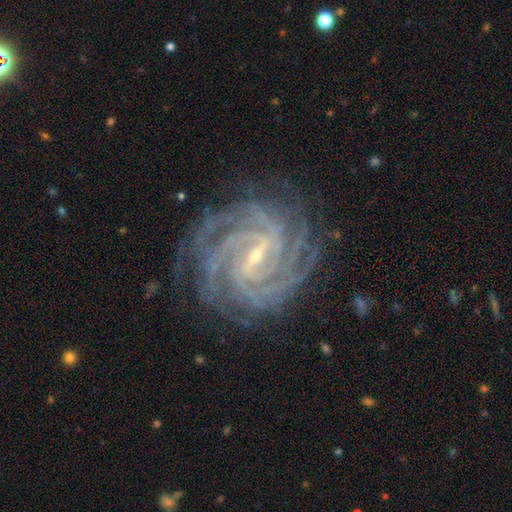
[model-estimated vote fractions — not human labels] This appears to be a featured or disk galaxy (93%) with a strong bar (50%), 4 (33%) tight (82%) spiral arms (99%) and a small central bulge (76%). Merging: none (83%).